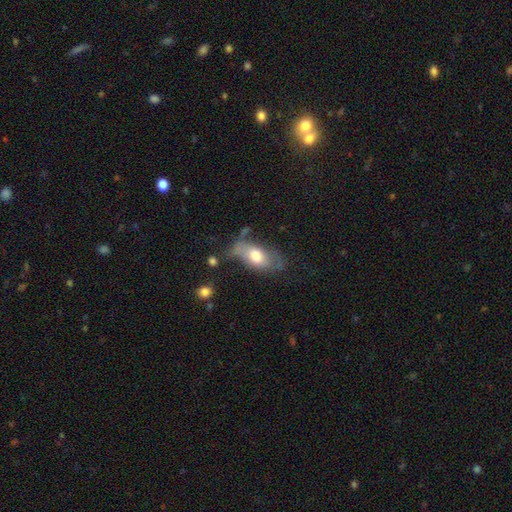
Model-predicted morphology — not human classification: The model was most divided on "merging": none: 45%, minor disturbance: 30%, major disturbance: 19%, merger: 7%. More confident: how rounded — in between (89%); smooth or featured — smooth (65%).